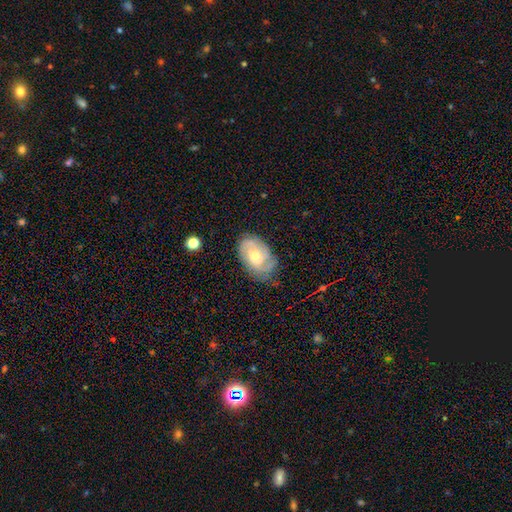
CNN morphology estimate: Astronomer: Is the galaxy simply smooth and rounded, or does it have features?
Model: featured or disk — 73%.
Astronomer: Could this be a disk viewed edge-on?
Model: no — 96%.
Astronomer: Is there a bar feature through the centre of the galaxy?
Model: no — 68%.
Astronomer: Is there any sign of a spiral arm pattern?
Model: yes — 92%.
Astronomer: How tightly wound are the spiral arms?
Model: tight — 60%.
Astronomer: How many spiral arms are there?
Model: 2 — 38% (runner-up: can't tell, 30%).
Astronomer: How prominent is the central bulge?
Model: moderate — 60%.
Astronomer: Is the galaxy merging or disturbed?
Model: none — 72%.